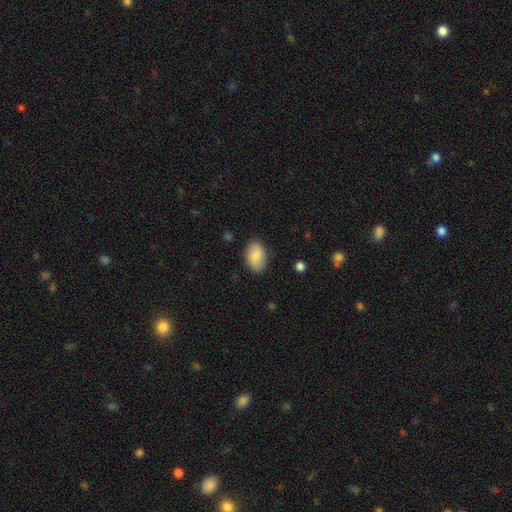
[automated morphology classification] Smooth or featured? smooth (85%)
How rounded? in between (91%)
Merging? none (85%)